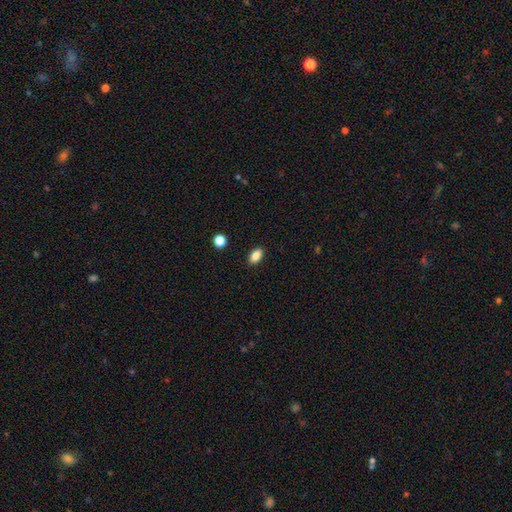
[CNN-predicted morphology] Smooth or featured: smooth — 86% (star or artifact — 9%)
How rounded: in between — 90% (round — 7%)
Merging: none — 90% (minor disturbance — 7%)